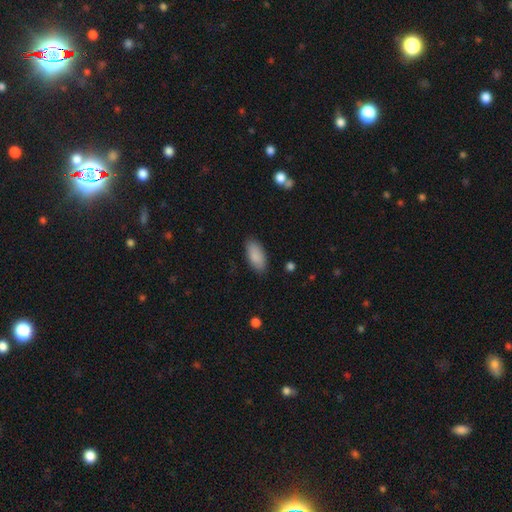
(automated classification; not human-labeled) A smooth galaxy with no disk features (89%) that is in between round and cigar-shaped (90%).

Vote fractions:
- Smooth or featured? smooth: 89% / star or artifact: 6% / featured or disk: 5%
- How rounded? in between: 90% / cigar-shaped: 8% / round: 2%
- Merging? none: 86% / minor disturbance: 10% / major disturbance: 2% / merger: 1%